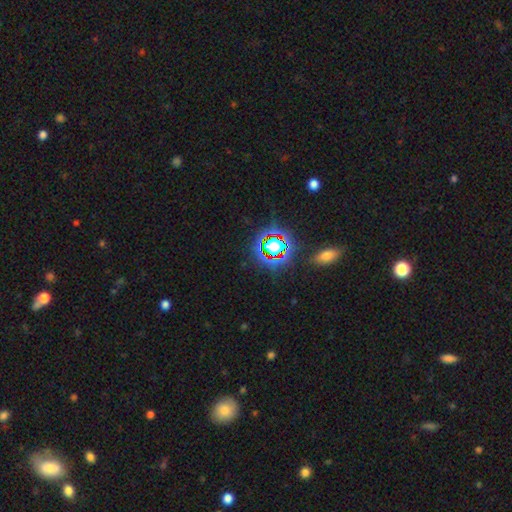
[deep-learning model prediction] This is likely a star or artifact rather than a galaxy (76%).